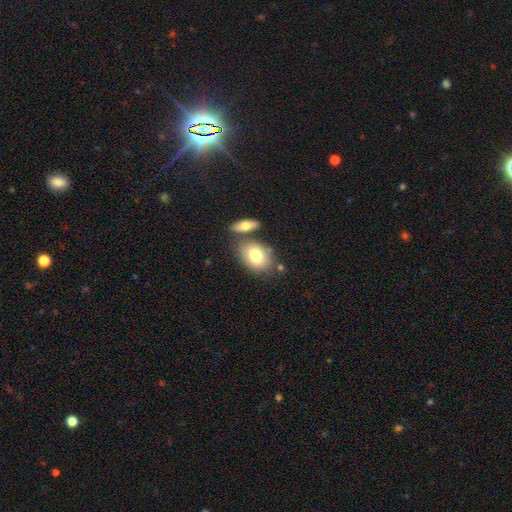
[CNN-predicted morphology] This is likely a smooth galaxy (75%). How rounded: likely in between (79%). Merging: likely none (62%).